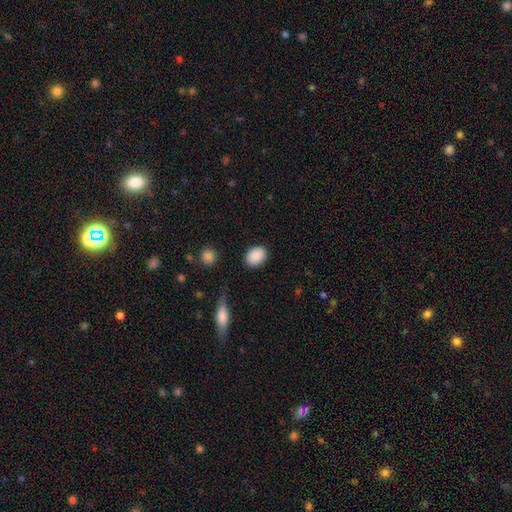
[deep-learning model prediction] smooth 90%, star or artifact 7%, featured or disk 3%. Down the decision tree: how rounded — in between (69%); merging — none (85%).